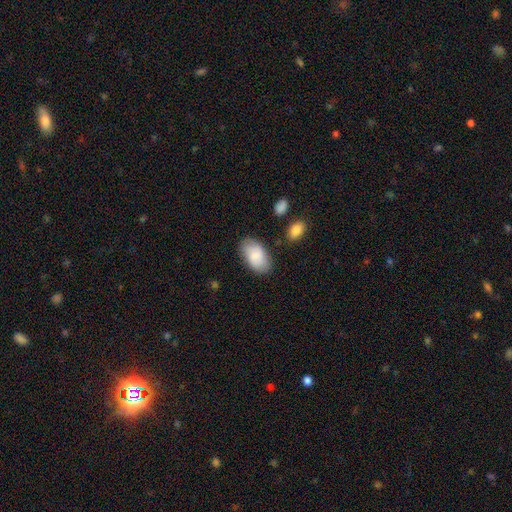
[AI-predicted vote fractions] The model was most divided on "merging": none: 78%, minor disturbance: 16%, major disturbance: 4%, merger: 3%. More confident: how rounded — in between (94%); smooth or featured — smooth (81%).